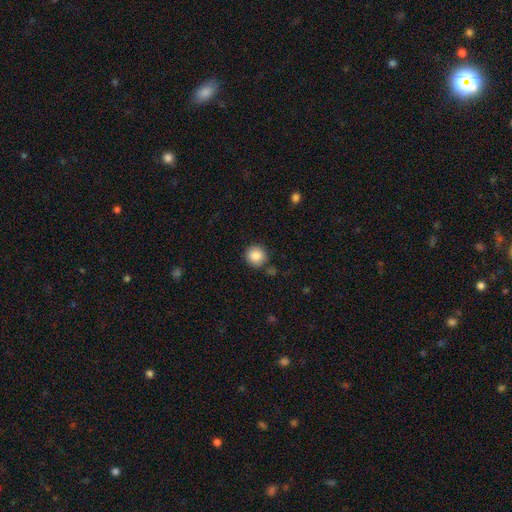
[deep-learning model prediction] Smooth or featured?
  - smooth: 86% *
  - star or artifact: 9%
  - featured or disk: 5%
How rounded?
  - round: 90% *
  - in between: 9%
  - cigar-shaped: 1%
Merging?
  - none: 84% *
  - minor disturbance: 9%
  - merger: 4%
  - major disturbance: 3%